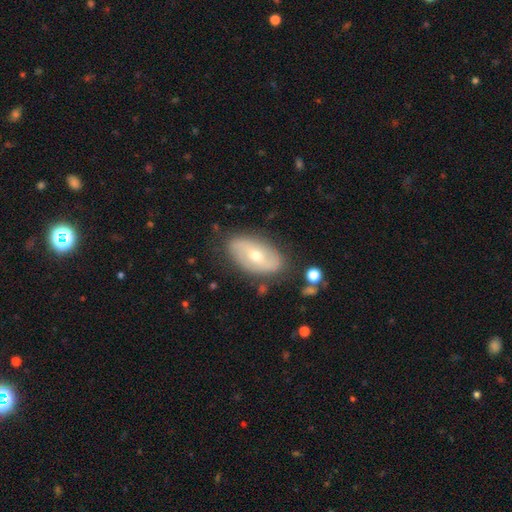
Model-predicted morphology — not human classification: This is possibly a featured or disk galaxy (56%). It is clearly not viewed edge-on (90%). Bar: possibly no (53%). Spiral arm pattern: possibly yes (56%). Central bulge: possibly moderate (57%). Merging: likely none (79%).